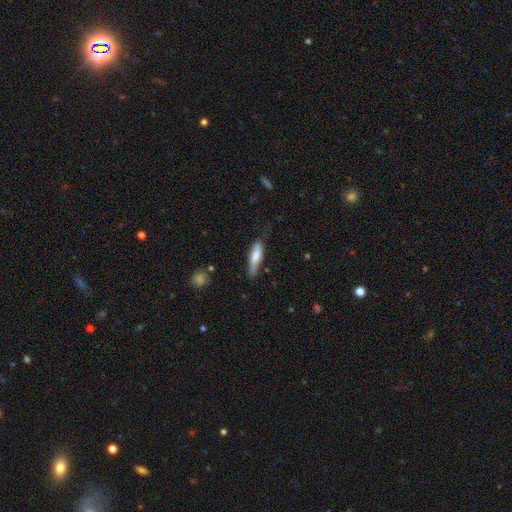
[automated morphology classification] smooth_or_featured: smooth (p=0.71) [alt: featured or disk p=0.23]
how_rounded: cigar-shaped (p=0.70) [alt: in between p=0.29]
merging: none (p=0.60) [alt: minor disturbance p=0.30]